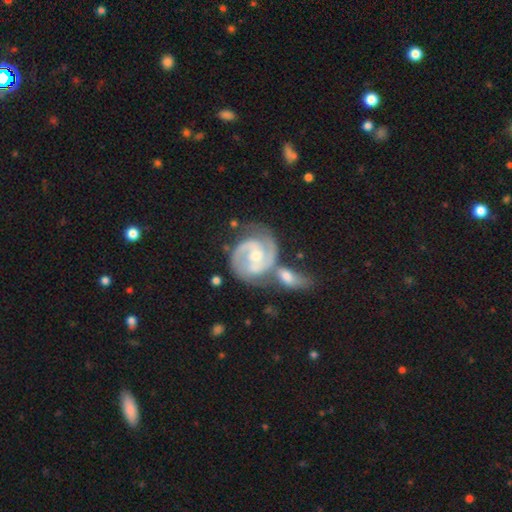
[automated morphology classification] A featured or disk galaxy (90%) with no bar (45%), 2 (87%) tight (48%) spiral arms (98%) and a moderate central bulge (52%).

Vote fractions:
- Smooth or featured? featured or disk: 90% / smooth: 6% / star or artifact: 4%
- Edge-on disk? no: 98% / yes: 2%
- Bar? no: 45% / weak: 40% / strong: 14%
- Spiral arms? yes: 98% / no: 2%
- Spiral winding? tight: 48% / medium: 45% / loose: 7%
- Spiral arm count? 2: 87% / 3: 5% / can't tell: 4% / 1: 2% / 4: 1% / more than 4: 1%
- Bulge size? moderate: 52% / small: 43% / large: 2% / none: 2% / dominant: 1%
- Merging? none: 41% / merger: 38% / minor disturbance: 14% / major disturbance: 7%